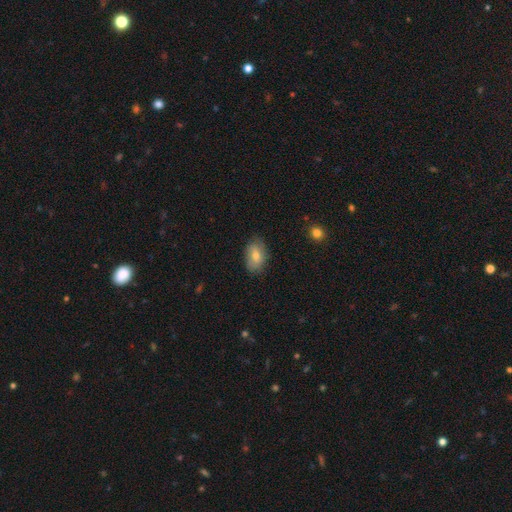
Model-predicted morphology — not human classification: Smooth or featured? Predicted: smooth (p=0.67). How rounded? Predicted: in between (p=0.88). Merging? Predicted: none (p=0.77).